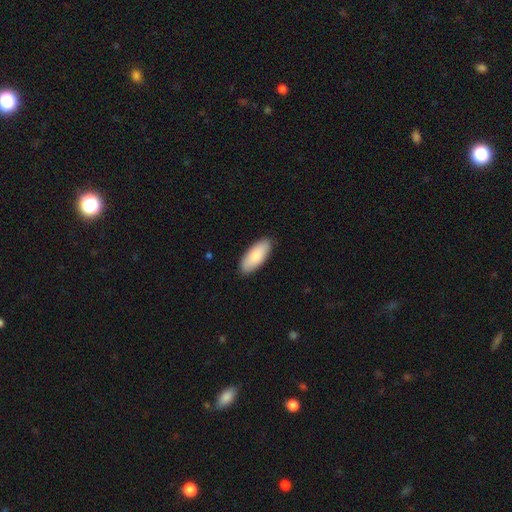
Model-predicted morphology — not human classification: Q: Smooth or featured?
A: smooth (85%); runner-up: featured or disk (10%)
Q: How rounded?
A: in between (85%); runner-up: cigar-shaped (13%)
Q: Merging?
A: none (88%); runner-up: minor disturbance (9%)